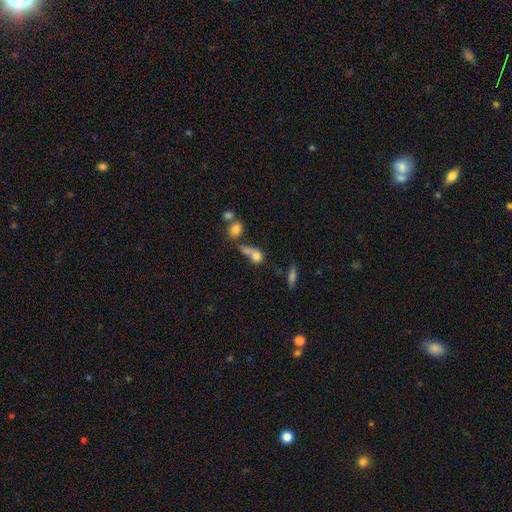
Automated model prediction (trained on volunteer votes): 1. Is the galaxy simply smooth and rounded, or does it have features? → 73% smooth, 15% featured or disk, 12% star or artifact.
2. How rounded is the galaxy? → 49% round, 44% in between, 7% cigar-shaped.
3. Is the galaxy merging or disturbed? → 47% merger, 27% none, 14% major disturbance, 12% minor disturbance.